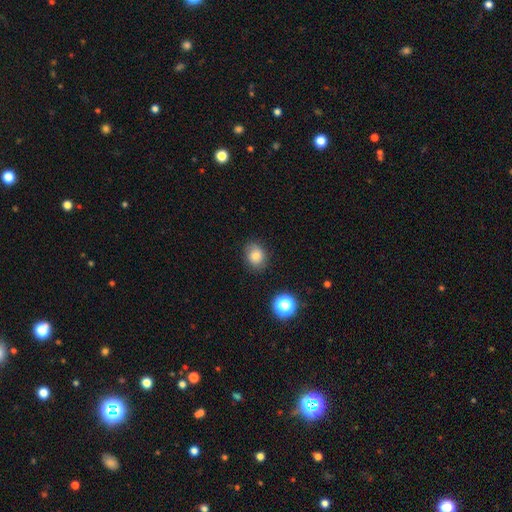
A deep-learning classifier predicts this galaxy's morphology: Overall: smooth (77%). How rounded: round (61%; in between 38%). Merging: none (83%).